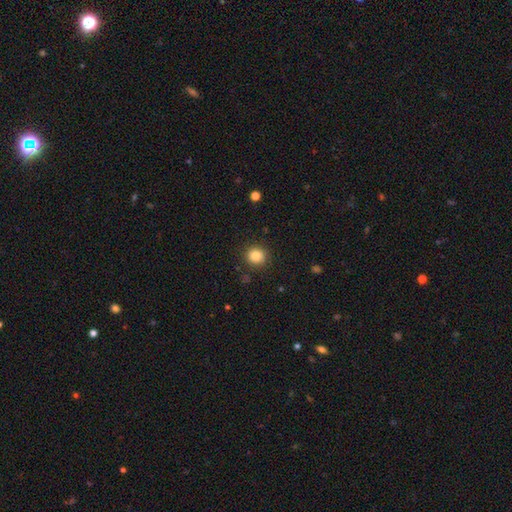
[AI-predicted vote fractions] smooth_or_featured: smooth (p=0.85) [alt: star or artifact p=0.11]
how_rounded: round (p=0.88) [alt: in between p=0.11]
merging: none (p=0.89) [alt: minor disturbance p=0.07]